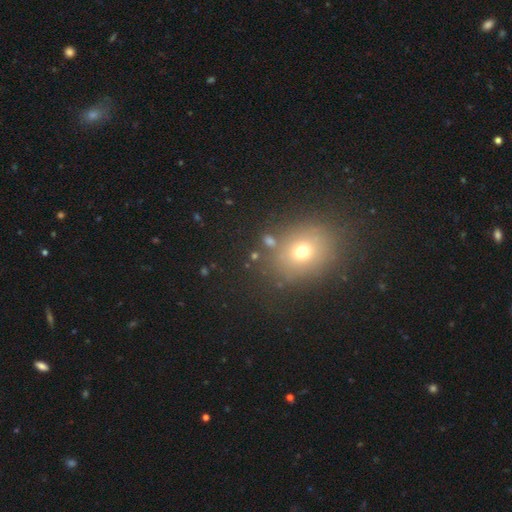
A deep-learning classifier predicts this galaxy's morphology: Overall: smooth (62%; star or artifact 25%). How rounded: round (58%; in between 40%). Merging: none (79%).